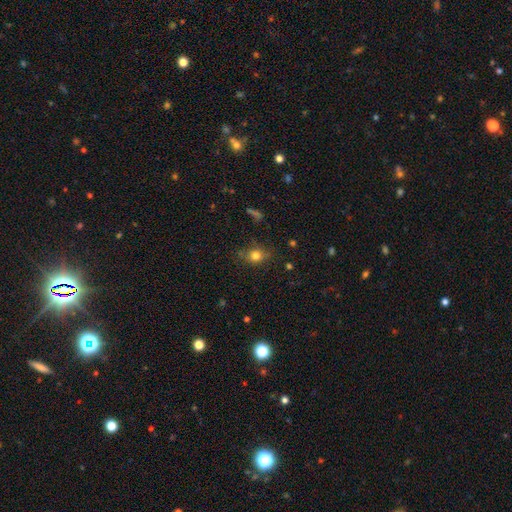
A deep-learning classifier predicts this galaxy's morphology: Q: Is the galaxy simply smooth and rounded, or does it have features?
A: smooth — 77%.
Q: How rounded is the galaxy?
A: round — 59%.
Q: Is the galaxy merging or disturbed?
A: none — 76%.